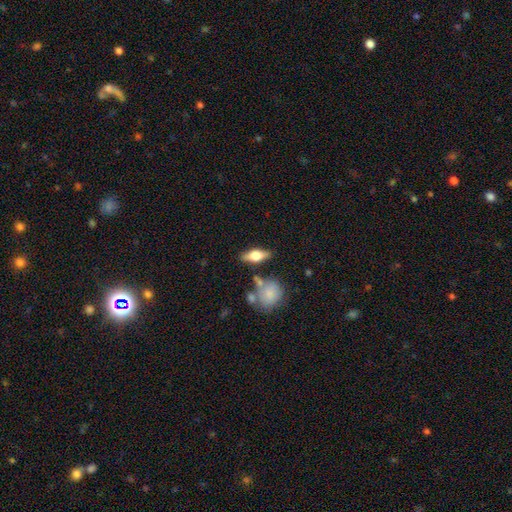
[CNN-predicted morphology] Smooth or featured? smooth (51%)
How rounded? in between (69%)
Merging? none (76%)